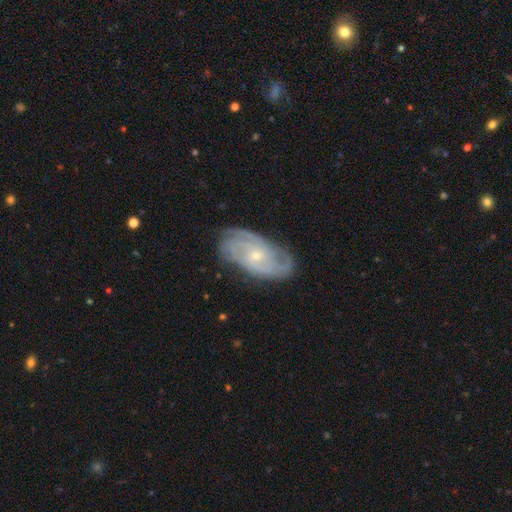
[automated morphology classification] This appears to be a featured or disk galaxy (83%) with no bar (67%), tight (60%) spiral arms (95%) and a small central bulge (73%). Merging: none (77%).